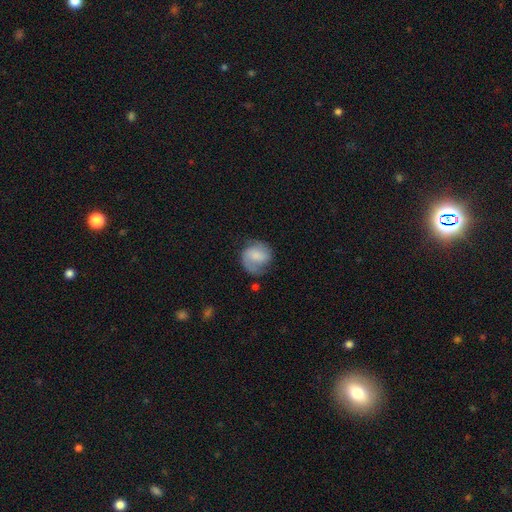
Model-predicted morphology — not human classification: Smooth or featured: featured or disk — 50% (smooth — 43%)
Merging: none — 61% (minor disturbance — 23%)